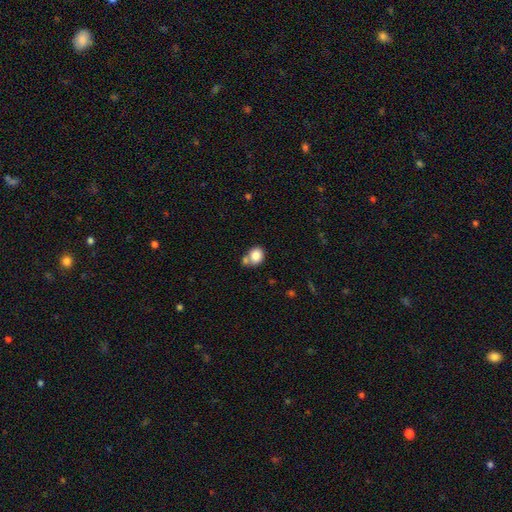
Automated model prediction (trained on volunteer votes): A smooth galaxy with no disk features (83%) that is round (61%).

Vote fractions:
- Smooth or featured? smooth: 83% / star or artifact: 9% / featured or disk: 8%
- How rounded? round: 61% / in between: 38% / cigar-shaped: 1%
- Merging? none: 52% / merger: 31% / minor disturbance: 13% / major disturbance: 4%